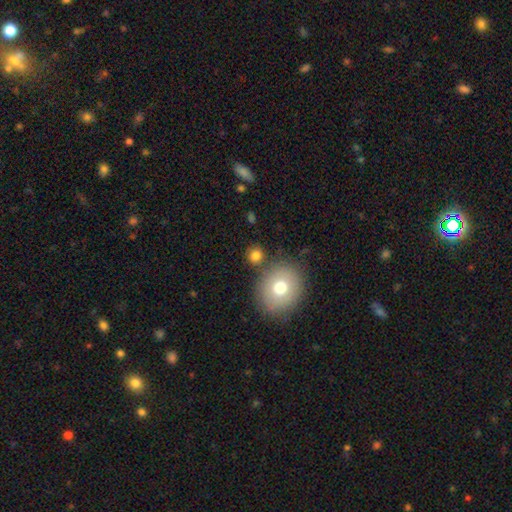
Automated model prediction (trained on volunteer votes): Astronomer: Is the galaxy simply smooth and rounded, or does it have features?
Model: smooth — 80%.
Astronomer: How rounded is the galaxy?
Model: round — 86%.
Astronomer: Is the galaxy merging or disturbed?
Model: none — 77%.